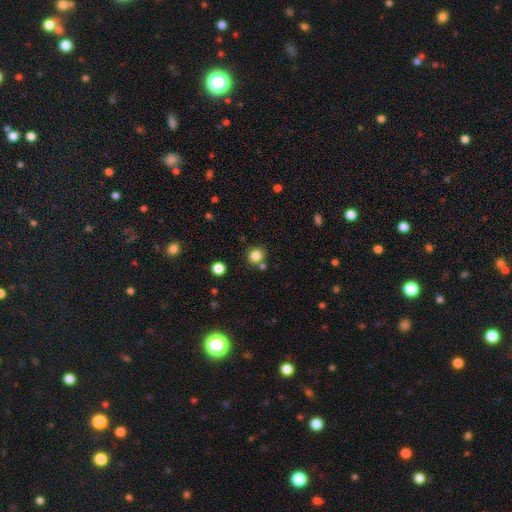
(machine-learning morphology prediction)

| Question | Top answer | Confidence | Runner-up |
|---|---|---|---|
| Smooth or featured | smooth | 83% | star or artifact (12%) |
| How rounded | round | 88% | in between (12%) |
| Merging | none | 77% | merger (11%) |